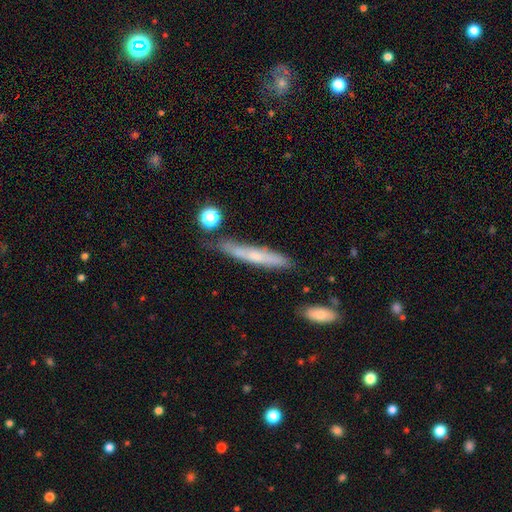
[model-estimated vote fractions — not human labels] Morphology: type=smooth (51%); roundness=cigar-shaped (92%); merging=none (71%).